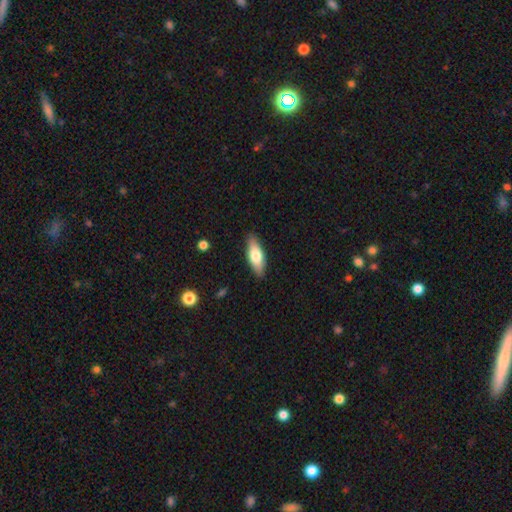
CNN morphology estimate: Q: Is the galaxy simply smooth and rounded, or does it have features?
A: smooth — 68%.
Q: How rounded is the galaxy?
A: in between — 66%.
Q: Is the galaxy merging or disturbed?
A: none — 88%.